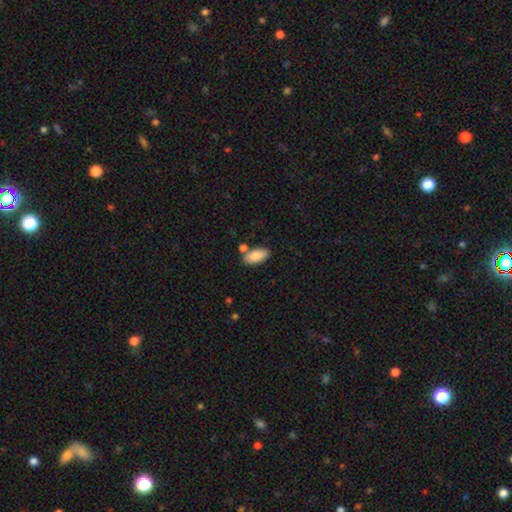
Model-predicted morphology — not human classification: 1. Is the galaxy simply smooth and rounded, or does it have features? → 86% smooth, 7% featured or disk, 6% star or artifact.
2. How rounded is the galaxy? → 92% in between, 5% cigar-shaped, 2% round.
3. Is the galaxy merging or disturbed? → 73% none, 12% merger, 12% minor disturbance, 3% major disturbance.